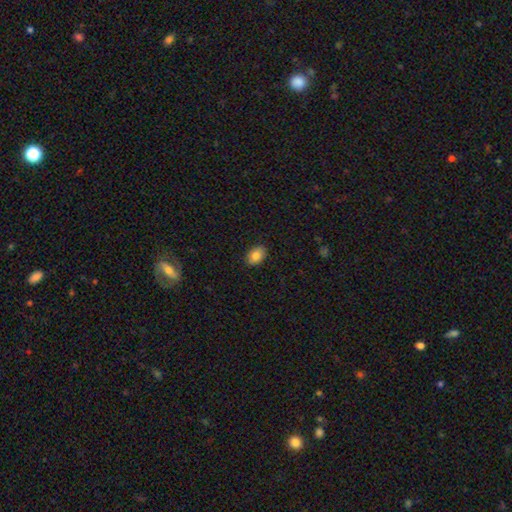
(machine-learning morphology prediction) Smooth or featured?
  - smooth: 85% *
  - star or artifact: 8%
  - featured or disk: 7%
How rounded?
  - in between: 83% *
  - round: 16%
  - cigar-shaped: 1%
Merging?
  - none: 89% *
  - minor disturbance: 8%
  - major disturbance: 2%
  - merger: 1%